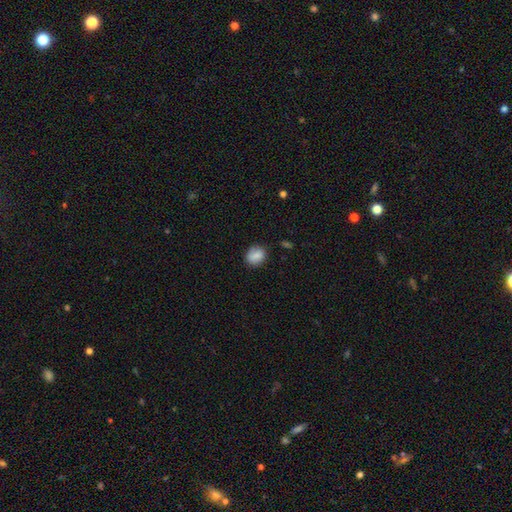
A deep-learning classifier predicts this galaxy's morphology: smooth 82%, featured or disk 9%, star or artifact 8%. Down the decision tree: how rounded — round (52%); merging — none (77%).